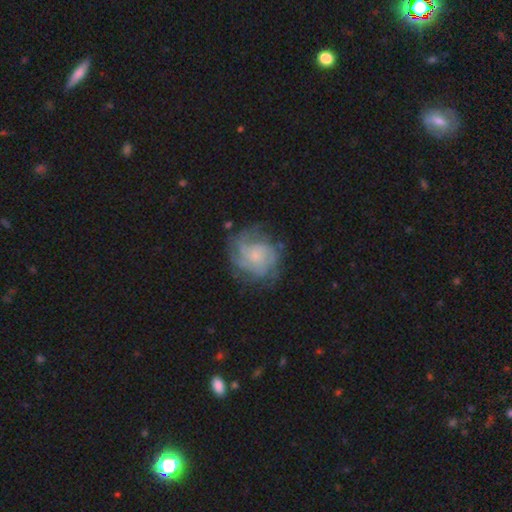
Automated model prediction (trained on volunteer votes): featured or disk 73%, smooth 20%, star or artifact 7%. Down the decision tree: edge-on disk — no (98%); bar — no (76%); spiral arms — yes (90%); spiral arm count — can't tell (37%); spiral winding — tight (49%); bulge size — small (61%); merging — none (64%).